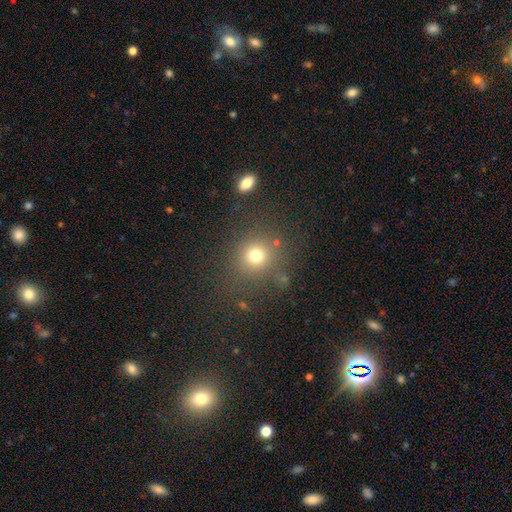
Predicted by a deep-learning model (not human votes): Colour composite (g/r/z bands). It shows a smooth galaxy with no disk features (75%) that is round (85%). Merging: none (78%).